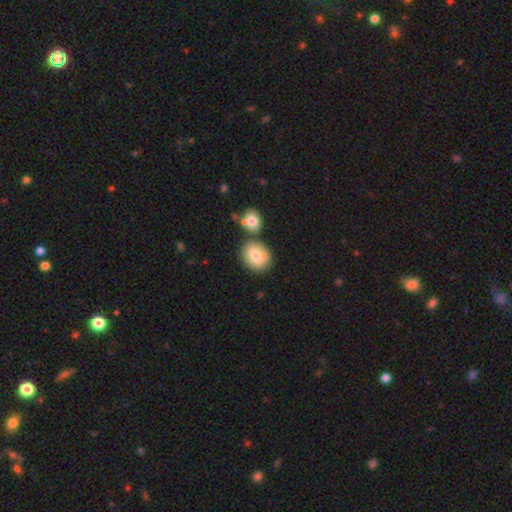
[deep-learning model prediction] A smooth galaxy with no disk features (77%) that is in between round and cigar-shaped (50%). Merging: none (66%).